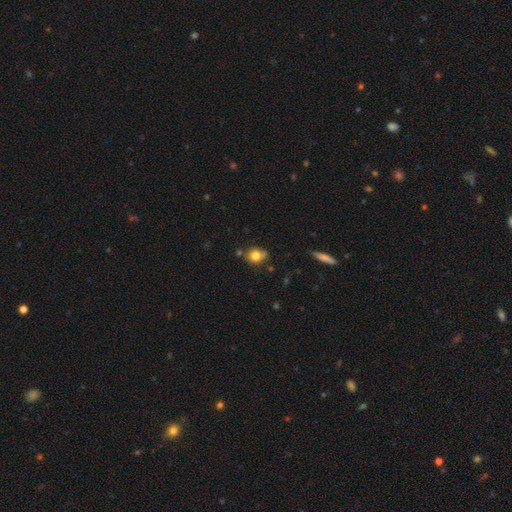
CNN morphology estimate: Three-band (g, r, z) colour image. It shows a smooth galaxy with no disk features (79%) that is round (65%). Merging: none (60%).